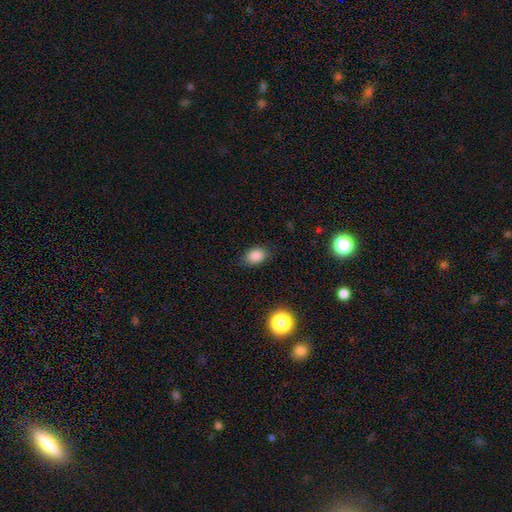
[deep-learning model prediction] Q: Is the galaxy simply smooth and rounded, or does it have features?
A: smooth — 85%.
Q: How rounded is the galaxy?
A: in between — 70%.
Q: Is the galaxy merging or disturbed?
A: none — 80%.